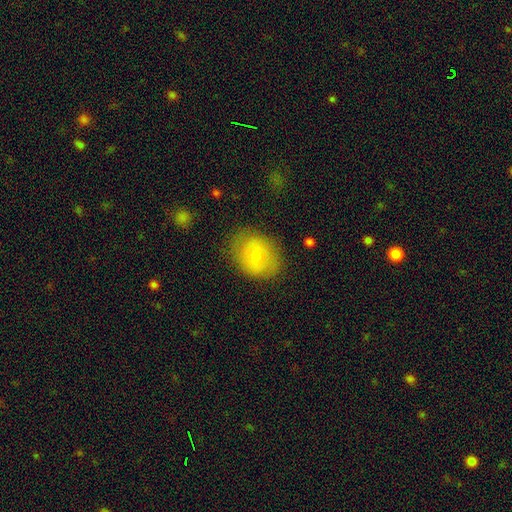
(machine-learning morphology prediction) Smooth or featured?
  - smooth: 69% *
  - featured or disk: 22%
  - star or artifact: 8%
How rounded?
  - round: 51% *
  - in between: 48%
  - cigar-shaped: 1%
Merging?
  - none: 76% *
  - minor disturbance: 17%
  - major disturbance: 6%
  - merger: 1%